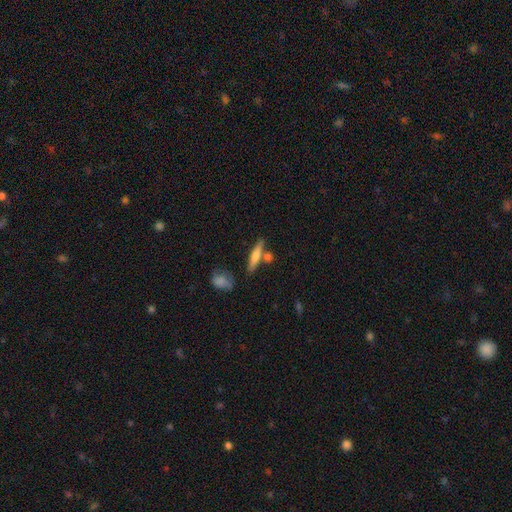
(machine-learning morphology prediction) A smooth galaxy with no disk features (56%) that is cigar-shaped (82%). Merging: none (70%).